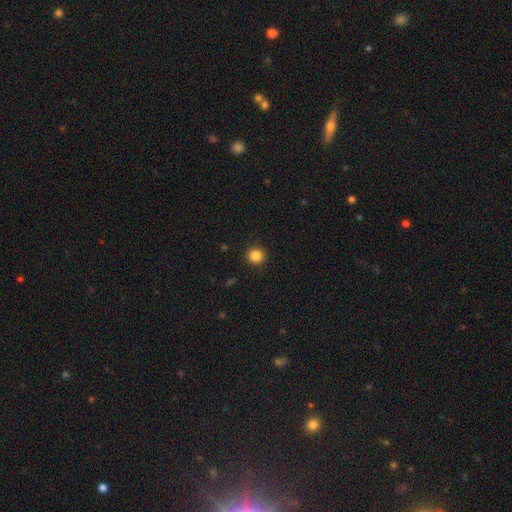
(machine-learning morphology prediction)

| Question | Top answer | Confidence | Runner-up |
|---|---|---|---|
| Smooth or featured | smooth | 86% | star or artifact (11%) |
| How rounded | round | 91% | in between (8%) |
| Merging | none | 92% | minor disturbance (6%) |